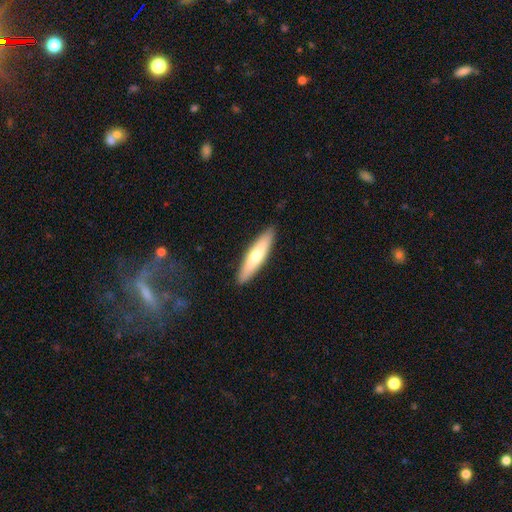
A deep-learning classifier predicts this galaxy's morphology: Q: Smooth or featured?
A: smooth (62%); runner-up: featured or disk (33%)
Q: How rounded?
A: cigar-shaped (80%); runner-up: in between (19%)
Q: Merging?
A: none (90%); runner-up: minor disturbance (7%)